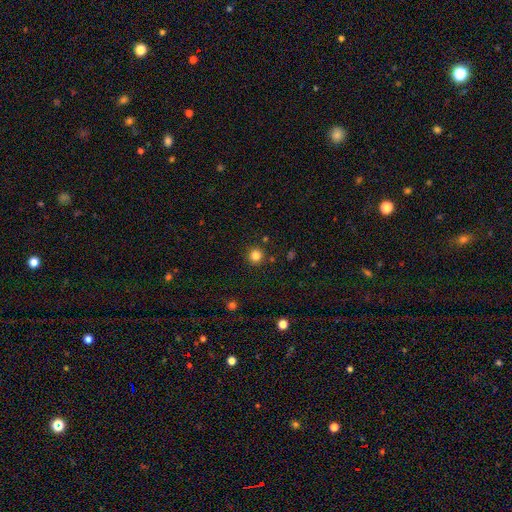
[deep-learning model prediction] Smooth or featured? smooth (83%)
How rounded? round (95%)
Merging? none (91%)